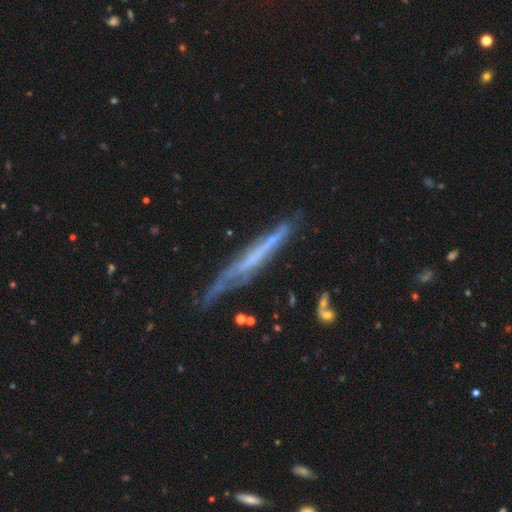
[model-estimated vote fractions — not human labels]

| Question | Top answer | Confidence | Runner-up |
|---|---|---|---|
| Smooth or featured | featured or disk | 64% | smooth (28%) |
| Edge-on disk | yes | 83% | no (17%) |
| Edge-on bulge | none | 84% | rounded (8%) |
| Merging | none | 55% | minor disturbance (28%) |